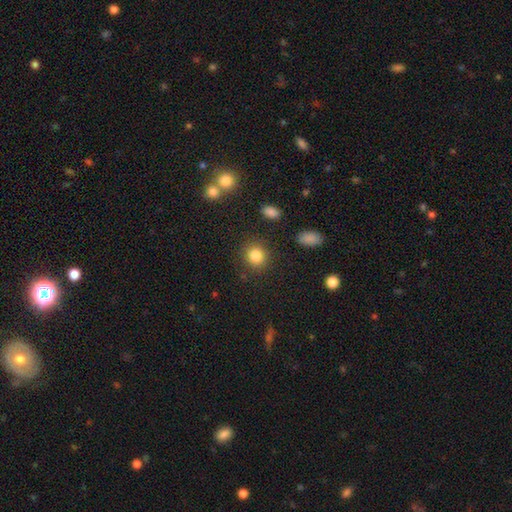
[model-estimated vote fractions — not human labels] The model was most divided on "how rounded": round: 83%, in between: 16%, cigar-shaped: 1%. More confident: merging — none (87%); smooth or featured — smooth (84%).